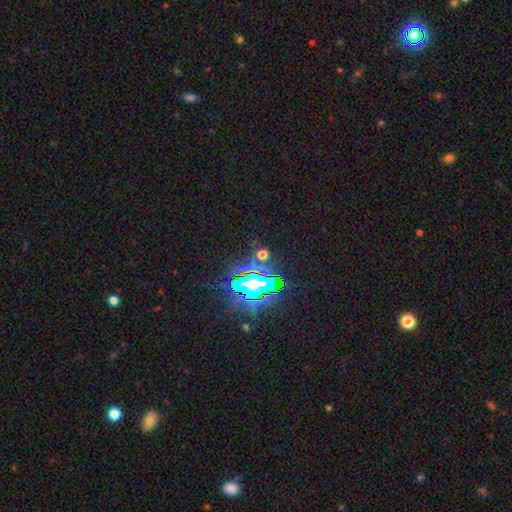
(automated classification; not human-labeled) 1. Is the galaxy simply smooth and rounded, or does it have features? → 80% star or artifact, 12% smooth, 8% featured or disk.